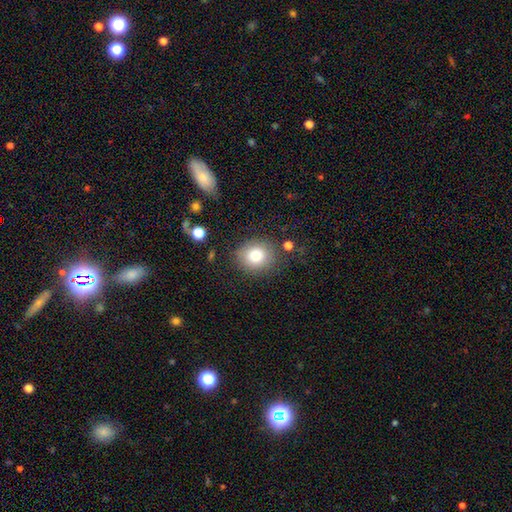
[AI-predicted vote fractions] This appears to be a smooth galaxy with no disk features (79%) that is round (79%). Merging: none (80%).